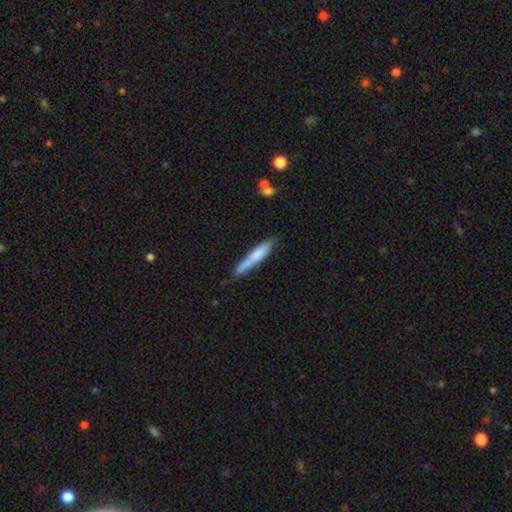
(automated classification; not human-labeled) Overall: smooth (67%; featured or disk 27%). How rounded: cigar-shaped (92%). Merging: none (71%).